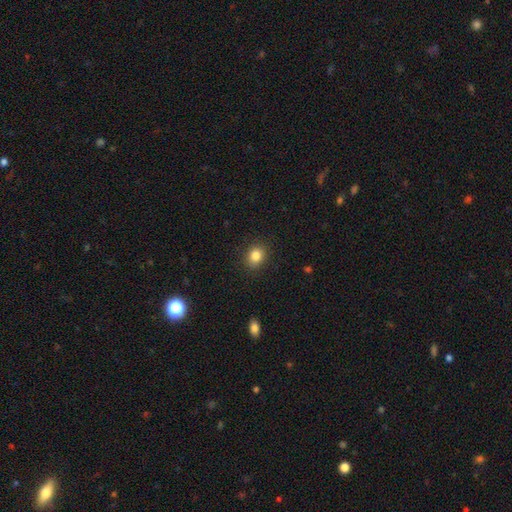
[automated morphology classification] The model was most divided on "how rounded": round: 56%, in between: 43%, cigar-shaped: 1%. More confident: merging — none (89%); smooth or featured — smooth (84%).